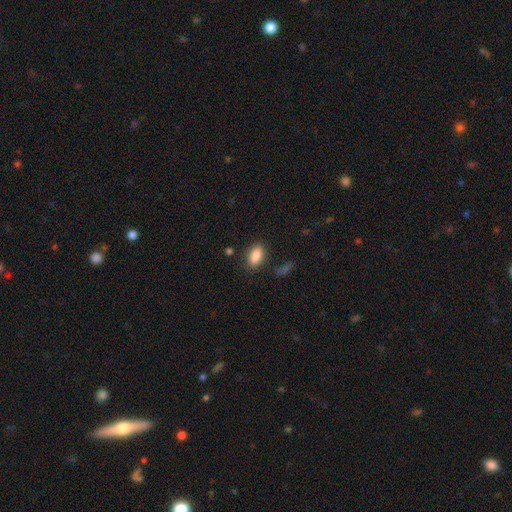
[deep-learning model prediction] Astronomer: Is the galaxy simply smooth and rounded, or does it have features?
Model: smooth — 87%.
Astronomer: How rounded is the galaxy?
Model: in between — 89%.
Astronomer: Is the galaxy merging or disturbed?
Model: none — 82%.